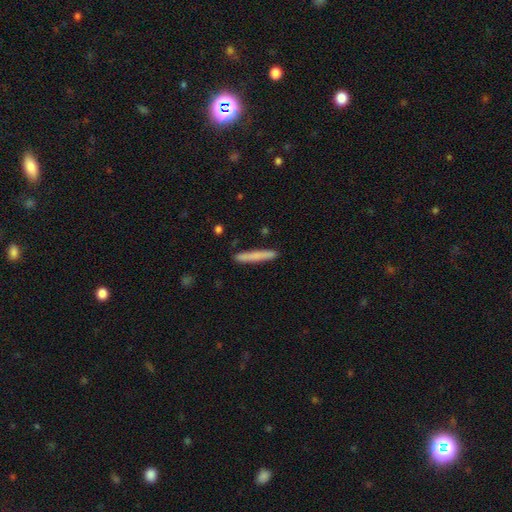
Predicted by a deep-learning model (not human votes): Morphology: type=smooth (76%); roundness=cigar-shaped (96%); merging=none (89%).